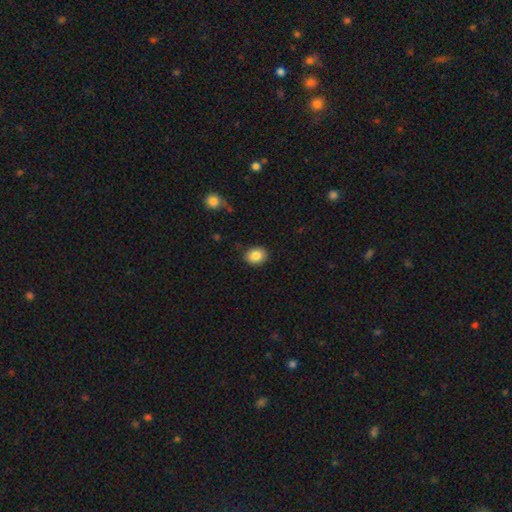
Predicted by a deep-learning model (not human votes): Overall: smooth (86%). How rounded: in between (55%; round 44%). Merging: none (87%).